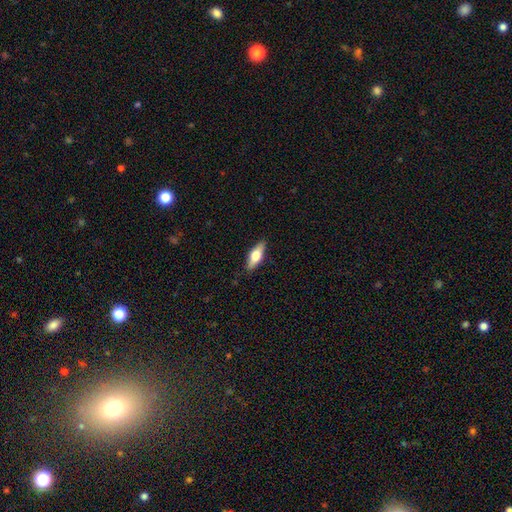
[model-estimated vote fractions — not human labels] smooth 57%, featured or disk 37%, star or artifact 6%. Down the decision tree: how rounded — in between (64%); merging — none (87%).